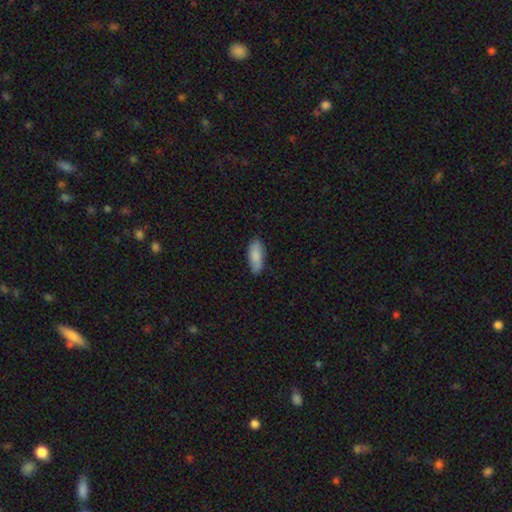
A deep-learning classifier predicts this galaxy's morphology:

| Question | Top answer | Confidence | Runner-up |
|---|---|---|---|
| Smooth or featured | smooth | 87% | featured or disk (7%) |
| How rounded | in between | 77% | cigar-shaped (21%) |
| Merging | none | 82% | minor disturbance (15%) |